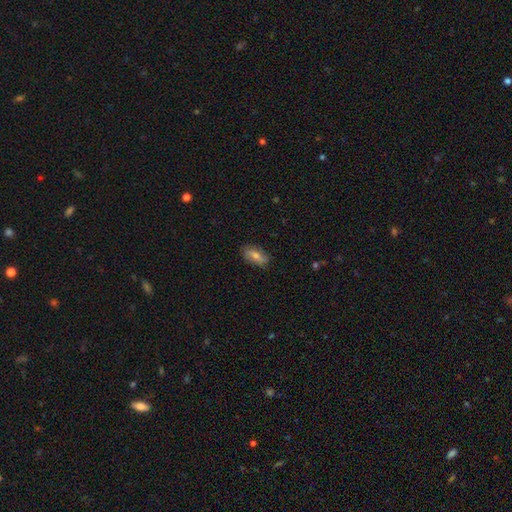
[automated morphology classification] A smooth galaxy with no disk features (60%) that is in between round and cigar-shaped (81%). Merging: none (81%).